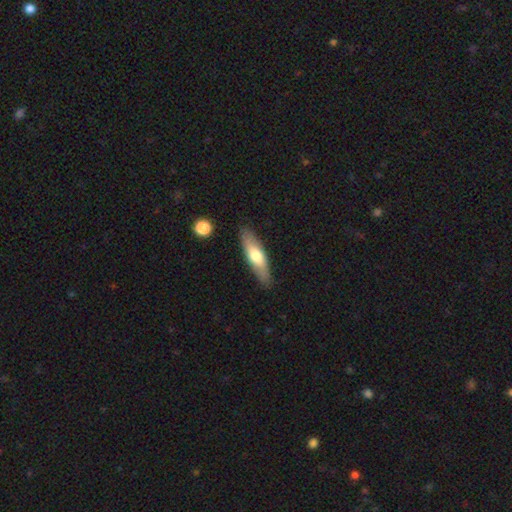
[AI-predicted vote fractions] This is likely a smooth galaxy (61%). How rounded: likely cigar-shaped (63%). Merging: clearly none (86%).